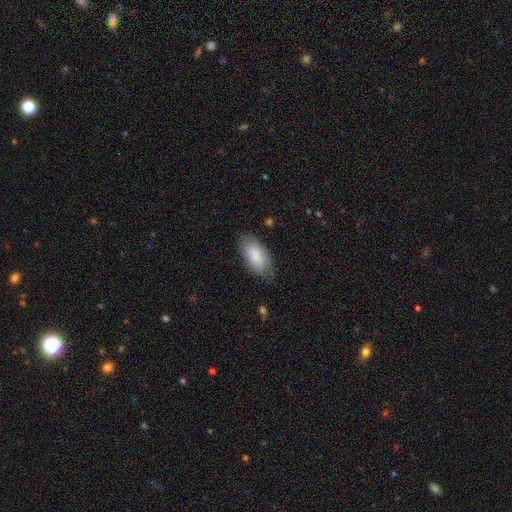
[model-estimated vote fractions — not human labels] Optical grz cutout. It shows a smooth galaxy with no disk features (85%) that is in between round and cigar-shaped (92%). Merging: none (74%).